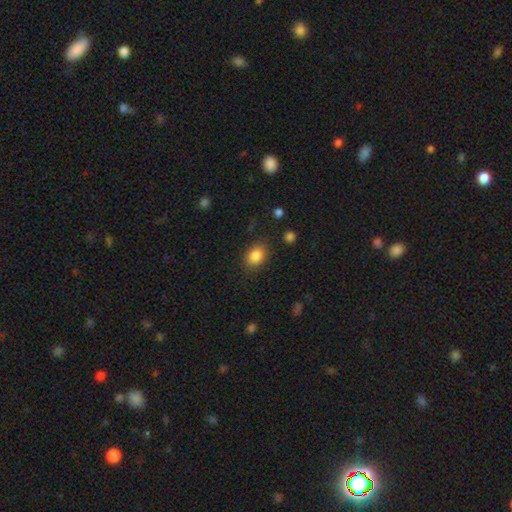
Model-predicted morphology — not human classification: A smooth galaxy with no disk features (85%) that is in between round and cigar-shaped (55%).

Vote fractions:
- Smooth or featured? smooth: 85% / star or artifact: 9% / featured or disk: 6%
- How rounded? in between: 55% / round: 44% / cigar-shaped: 1%
- Merging? none: 83% / minor disturbance: 12% / major disturbance: 4% / merger: 2%